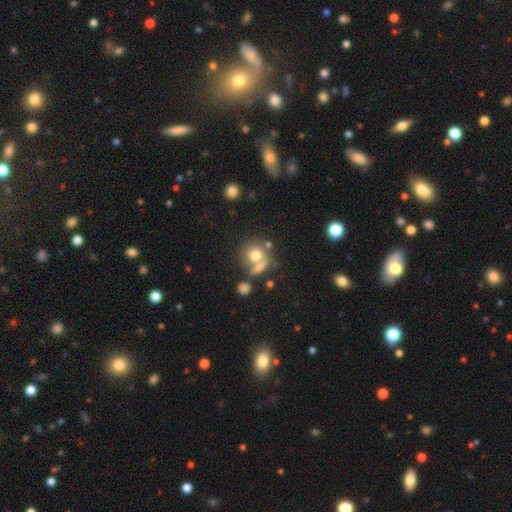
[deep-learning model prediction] Smooth or featured? Predicted: smooth (p=0.71). How rounded? Predicted: round (p=0.83). Merging? Predicted: none (p=0.50).